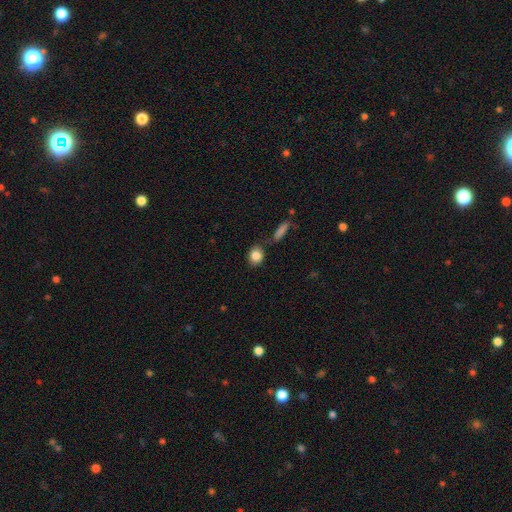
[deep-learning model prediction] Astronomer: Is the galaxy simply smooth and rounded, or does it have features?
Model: smooth — 86%.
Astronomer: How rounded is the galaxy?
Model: round — 57% (runner-up: in between, 40%).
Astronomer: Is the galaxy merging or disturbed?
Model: none — 69%.